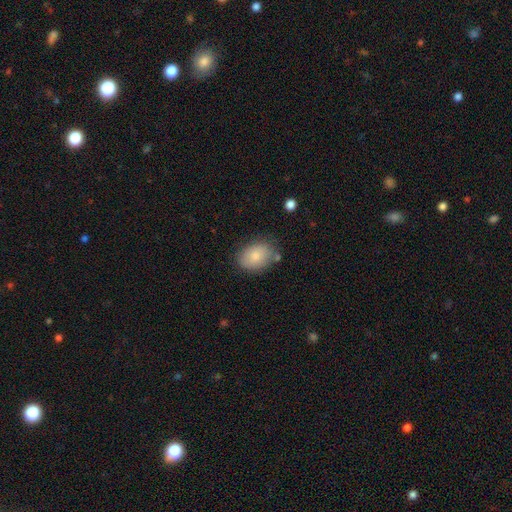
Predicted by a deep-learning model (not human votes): smooth-or-featured: smooth: 83% | featured or disk: 10% | star or artifact: 7%
  how-rounded: in between: 78% | round: 21% | cigar-shaped: 1%
  merging: none: 73% | minor disturbance: 18% | merger: 4% | major disturbance: 4%